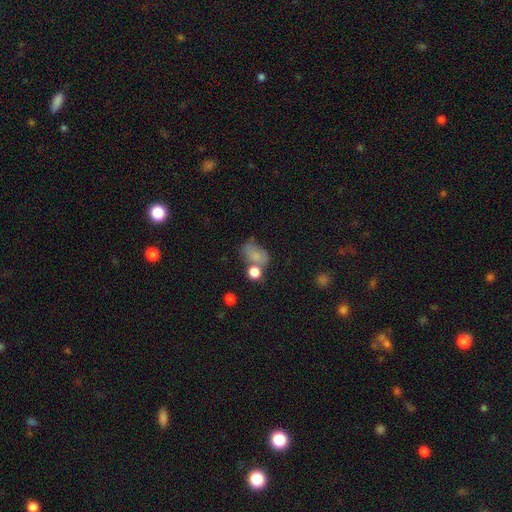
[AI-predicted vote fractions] Smooth or featured? smooth (70%)
How rounded? in between (73%)
Merging? none (36%)